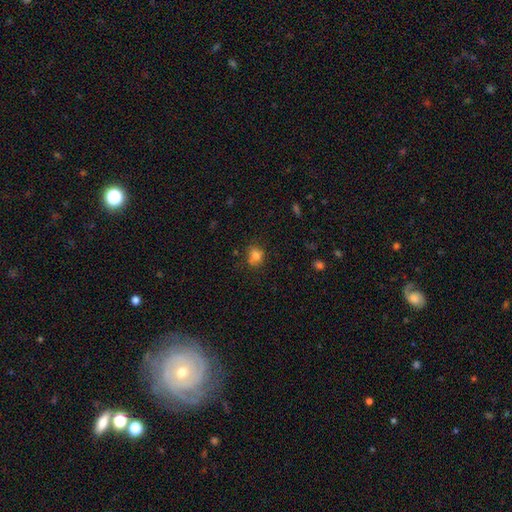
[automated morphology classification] Smooth or featured? Predicted: smooth (p=0.76). How rounded? Predicted: round (p=0.60). Merging? Predicted: none (p=0.65).